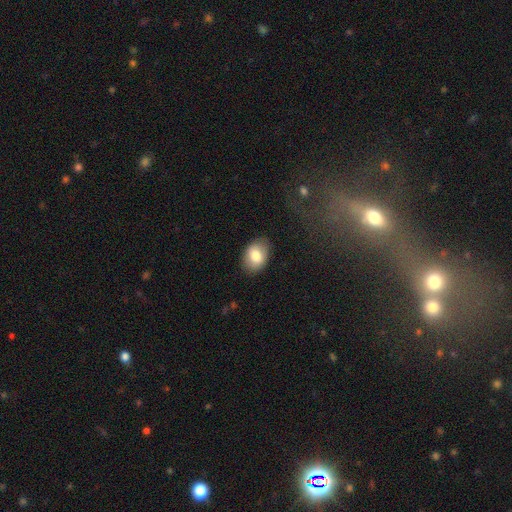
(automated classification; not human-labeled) smooth 81%, featured or disk 12%, star or artifact 7%. Down the decision tree: how rounded — in between (79%); merging — none (85%).